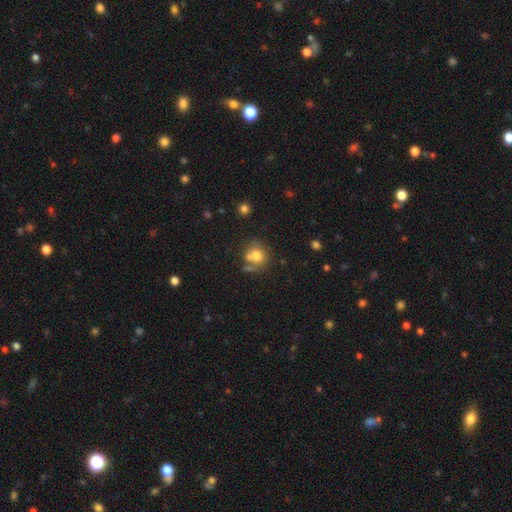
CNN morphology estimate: Smooth or featured?
  - smooth: 72% *
  - featured or disk: 16%
  - star or artifact: 11%
How rounded?
  - round: 79% *
  - in between: 20%
  - cigar-shaped: 1%
Merging?
  - none: 48% *
  - merger: 29%
  - minor disturbance: 16%
  - major disturbance: 8%